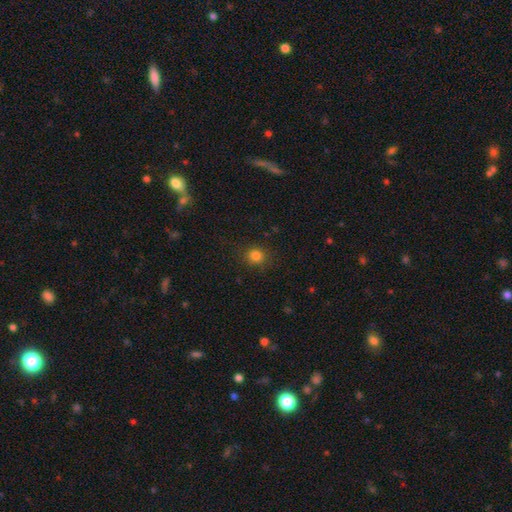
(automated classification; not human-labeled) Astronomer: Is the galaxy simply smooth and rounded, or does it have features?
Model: smooth — 82%.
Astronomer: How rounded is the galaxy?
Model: round — 85%.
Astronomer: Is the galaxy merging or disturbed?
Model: none — 87%.